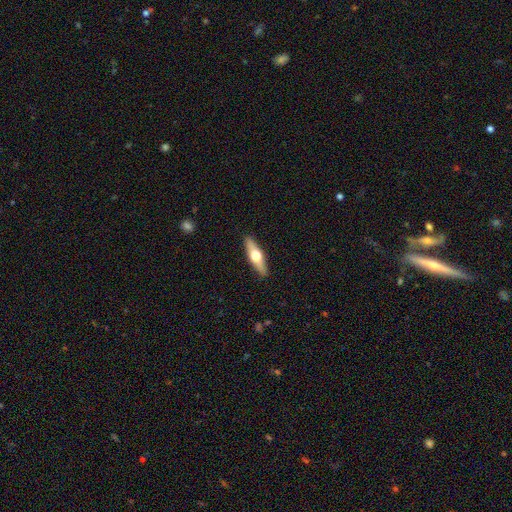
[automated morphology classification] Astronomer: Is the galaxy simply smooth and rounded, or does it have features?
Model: featured or disk — 54% (runner-up: smooth, 41%).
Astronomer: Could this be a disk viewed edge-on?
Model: yes — 91%.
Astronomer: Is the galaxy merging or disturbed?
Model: none — 90%.